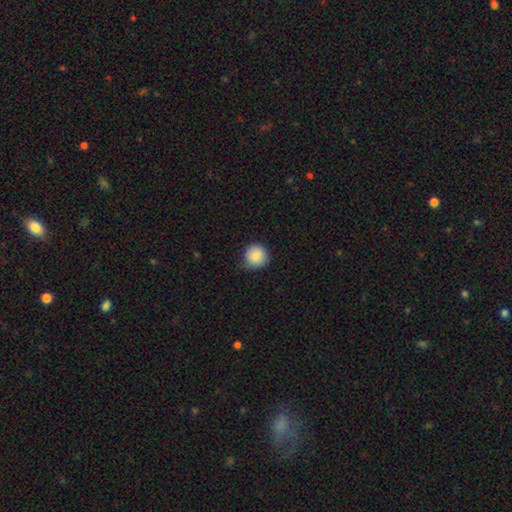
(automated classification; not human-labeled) Smooth or featured: smooth — 88% (star or artifact — 8%)
How rounded: round — 94% (in between — 5%)
Merging: none — 78% (minor disturbance — 18%)